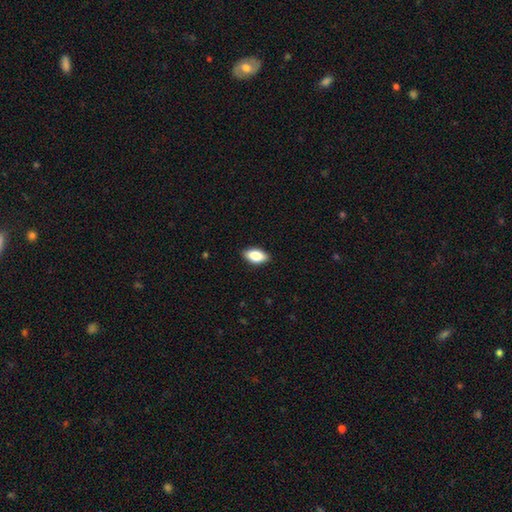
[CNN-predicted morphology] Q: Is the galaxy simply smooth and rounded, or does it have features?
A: smooth — 84%.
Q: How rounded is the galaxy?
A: in between — 91%.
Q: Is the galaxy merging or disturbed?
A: none — 88%.